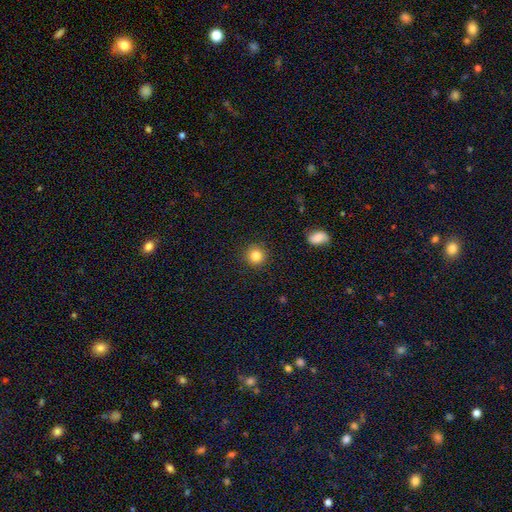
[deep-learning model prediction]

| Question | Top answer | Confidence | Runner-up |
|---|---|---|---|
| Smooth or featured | smooth | 84% | star or artifact (10%) |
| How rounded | round | 93% | in between (6%) |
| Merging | none | 91% | minor disturbance (5%) |